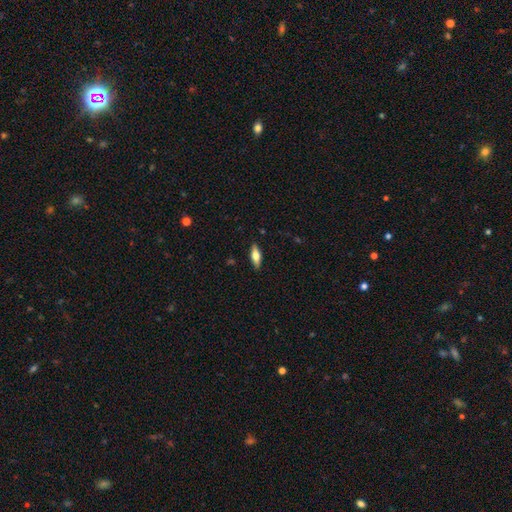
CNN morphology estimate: A smooth galaxy with no disk features (54%) that is in between round and cigar-shaped (59%). Merging: none (88%).